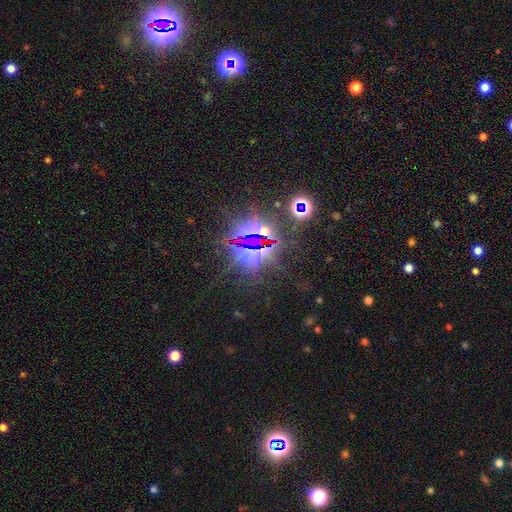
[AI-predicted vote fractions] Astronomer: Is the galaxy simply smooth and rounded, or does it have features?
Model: star or artifact — 81%.